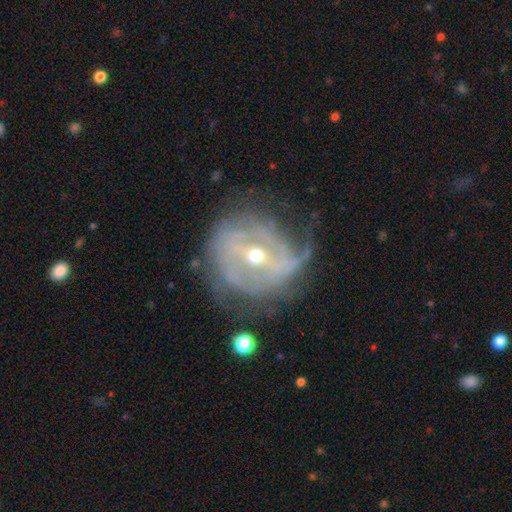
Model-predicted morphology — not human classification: type=featured or disk (83%); edge-on=no (96%); bar=weak (40%); spiral arms=yes (81%); winding=tight (47%); arm count=can't tell (36%, tied with 2); bulge=moderate (50%); merging=none (49%).